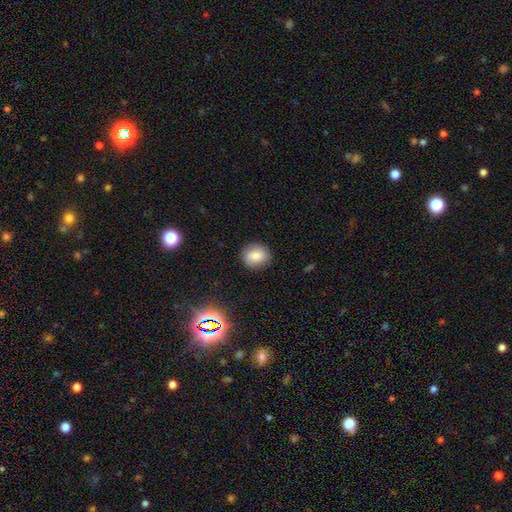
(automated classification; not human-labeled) A smooth galaxy with no disk features (80%) that is round (73%). Merging: none (87%).